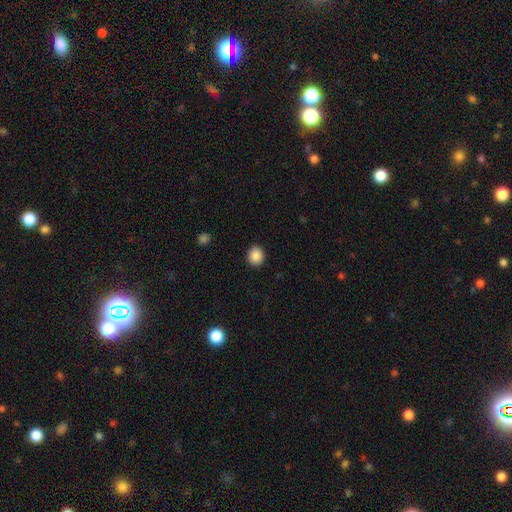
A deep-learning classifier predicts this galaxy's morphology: Smooth or featured? Predicted: smooth (p=0.88). How rounded? Predicted: round (p=0.71). Merging? Predicted: none (p=0.91).